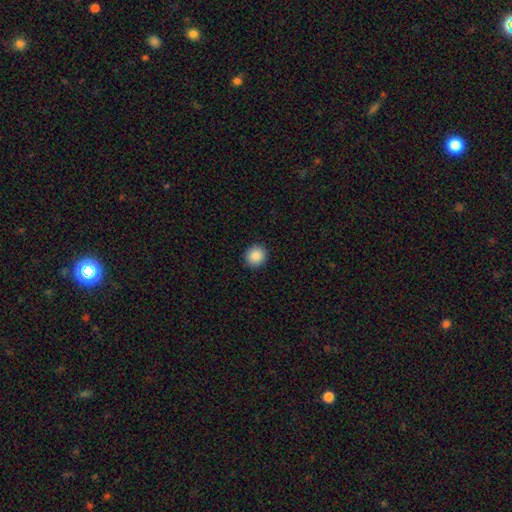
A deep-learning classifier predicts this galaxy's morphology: The model was most divided on "smooth or featured": smooth: 89%, star or artifact: 9%, featured or disk: 2%. More confident: merging — none (92%); how rounded — round (90%).